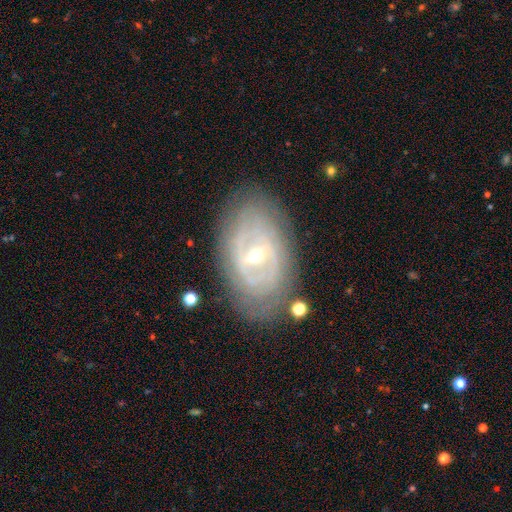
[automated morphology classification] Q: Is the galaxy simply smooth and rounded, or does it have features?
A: featured or disk — 81%.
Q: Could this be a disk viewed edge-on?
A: no — 94%.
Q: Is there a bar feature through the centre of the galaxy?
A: weak — 47%.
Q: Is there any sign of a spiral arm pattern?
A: yes — 77%.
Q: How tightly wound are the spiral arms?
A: tight — 66%.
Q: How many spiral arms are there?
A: can't tell — 46%.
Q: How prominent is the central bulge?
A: small — 55%.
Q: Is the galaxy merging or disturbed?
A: none — 78%.